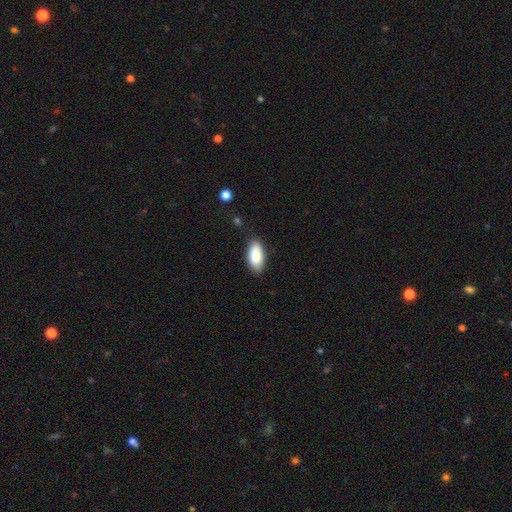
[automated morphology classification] smooth 88%, star or artifact 6%, featured or disk 6%. Down the decision tree: how rounded — in between (90%); merging — none (83%).